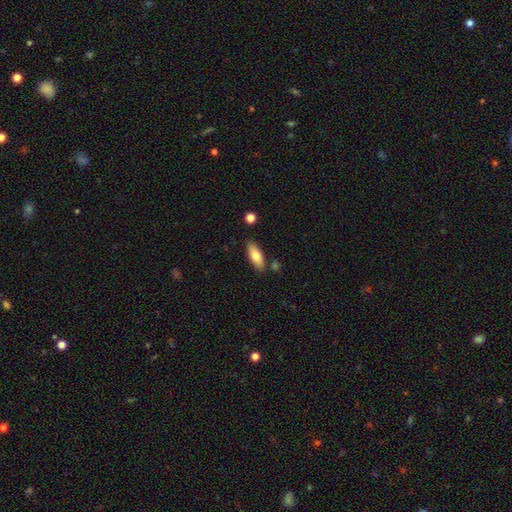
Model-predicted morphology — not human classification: smooth_or_featured: smooth (p=0.77) [alt: featured or disk p=0.17]
how_rounded: in between (p=0.74) [alt: cigar-shaped p=0.24]
merging: none (p=0.83) [alt: minor disturbance p=0.11]